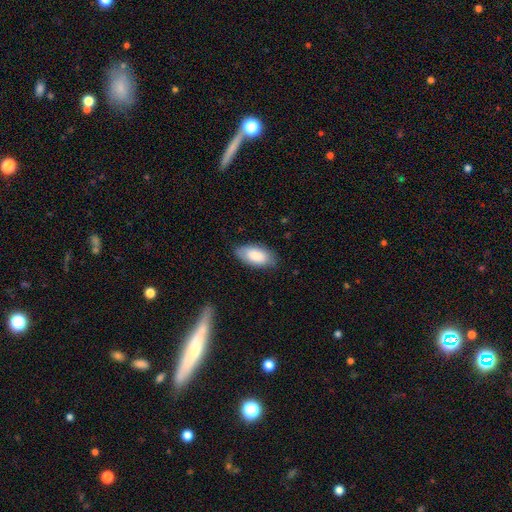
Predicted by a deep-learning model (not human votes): Smooth or featured? smooth (84%)
How rounded? in between (93%)
Merging? none (79%)